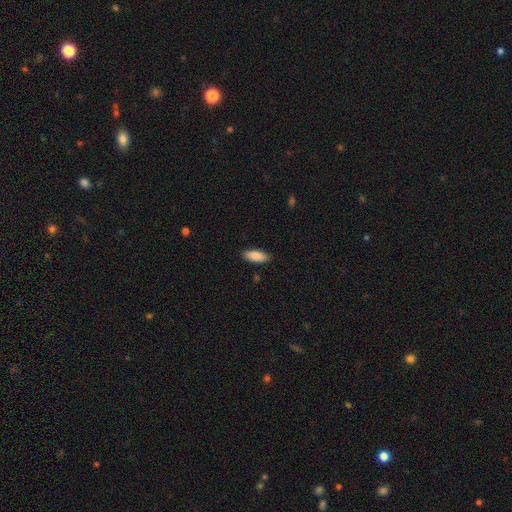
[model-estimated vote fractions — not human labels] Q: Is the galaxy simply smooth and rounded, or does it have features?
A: smooth — 89%.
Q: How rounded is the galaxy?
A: in between — 76%.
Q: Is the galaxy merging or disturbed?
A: none — 89%.